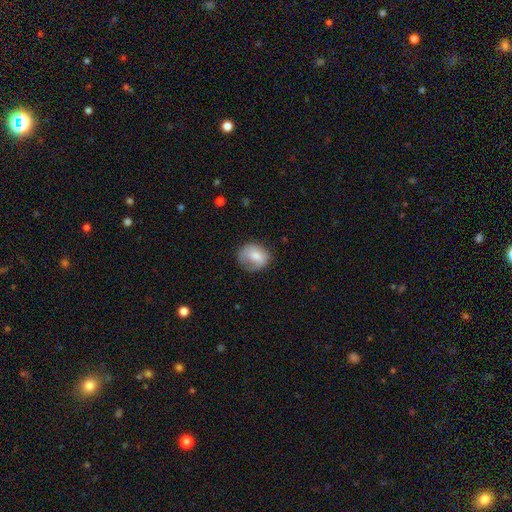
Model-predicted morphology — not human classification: smooth-or-featured: smooth: 75% | featured or disk: 18% | star or artifact: 7%
  how-rounded: round: 61% | in between: 38% | cigar-shaped: 1%
  merging: none: 56% | minor disturbance: 28% | major disturbance: 14% | merger: 2%